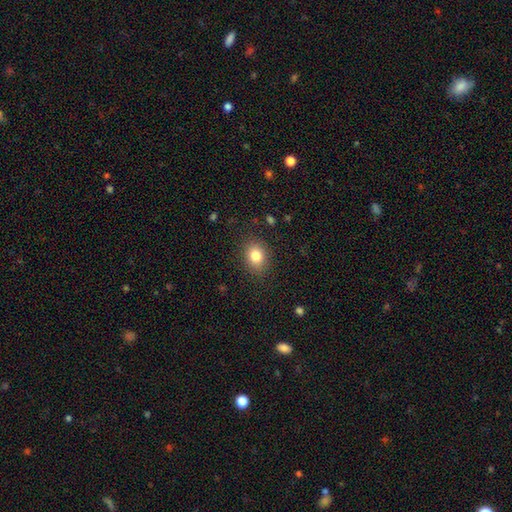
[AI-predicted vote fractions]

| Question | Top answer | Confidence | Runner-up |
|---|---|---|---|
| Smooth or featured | smooth | 83% | star or artifact (10%) |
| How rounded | in between | 50% | round (49%) |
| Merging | none | 86% | minor disturbance (10%) |